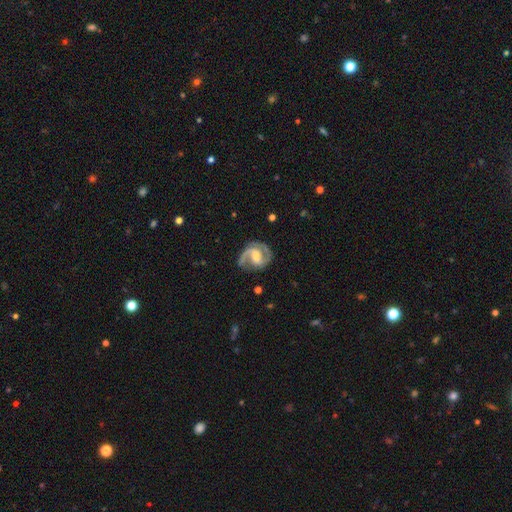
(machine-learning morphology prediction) The model was most divided on "bulge size": moderate: 45%, small: 35%, none: 11%, large: 8%, dominant: 1%. Remaining: edge-on disk — no (98%); spiral arms — yes (98%); smooth or featured — featured or disk (90%); spiral arm count — 2 (87%); merging — none (73%); spiral winding — medium (56%); bar — weak (48%).